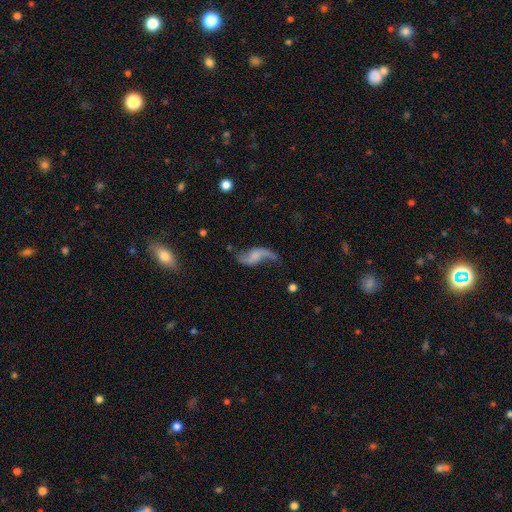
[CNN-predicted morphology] featured or disk 80%, smooth 13%, star or artifact 7%. Down the decision tree: edge-on disk — no (95%); bar — no (55%); spiral arms — yes (93%); spiral arm count — 2 (91%); spiral winding — loose (92%); bulge size — none (54%); merging — none (60%).